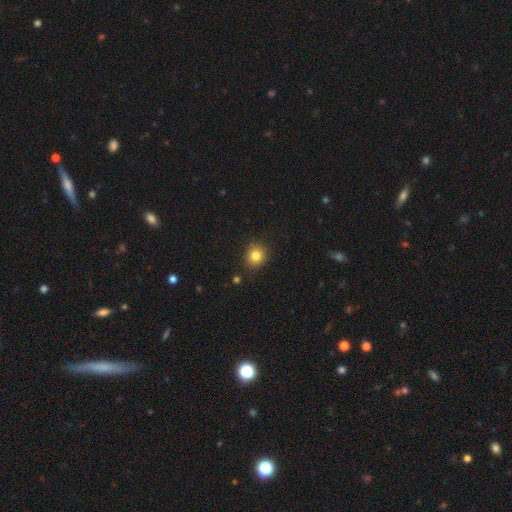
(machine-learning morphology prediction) This is clearly a smooth galaxy (82%). How rounded: clearly round (84%). Merging: clearly none (87%).